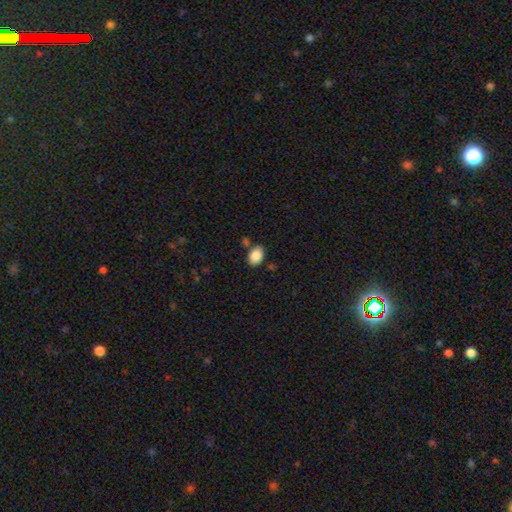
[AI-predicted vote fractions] This appears to be a smooth galaxy with no disk features (88%) that is in between round and cigar-shaped (84%). Merging: none (78%).